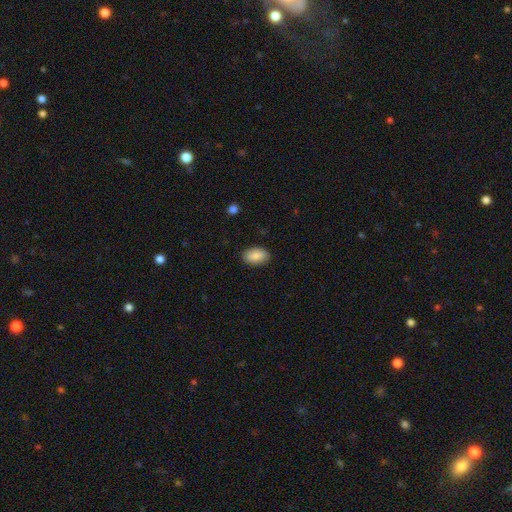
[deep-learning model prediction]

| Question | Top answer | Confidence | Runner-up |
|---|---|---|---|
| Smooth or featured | smooth | 88% | star or artifact (7%) |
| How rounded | in between | 92% | round (7%) |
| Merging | none | 87% | minor disturbance (9%) |